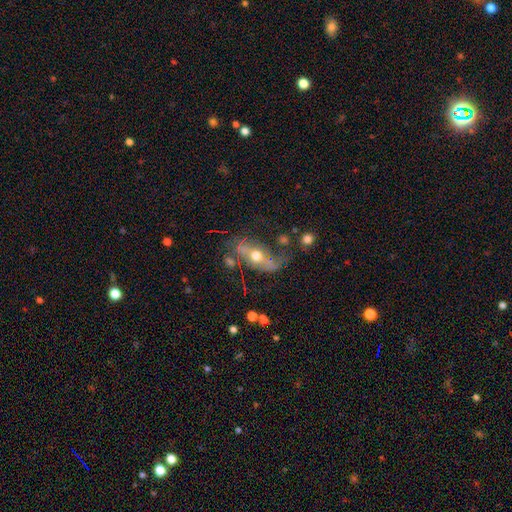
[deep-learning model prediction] Smooth or featured? featured or disk (61%)
Edge-on disk? no (77%)
Merging? none (43%)